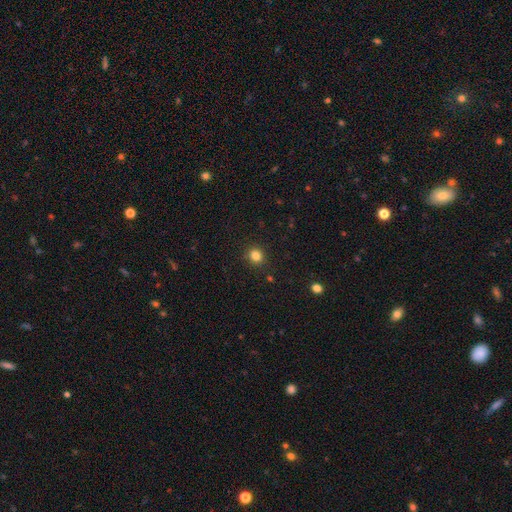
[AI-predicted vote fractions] A smooth galaxy with no disk features (83%) that is round (84%).

Vote fractions:
- Smooth or featured? smooth: 83% / star or artifact: 13% / featured or disk: 5%
- How rounded? round: 84% / in between: 15% / cigar-shaped: 1%
- Merging? none: 90% / minor disturbance: 7% / major disturbance: 2% / merger: 1%